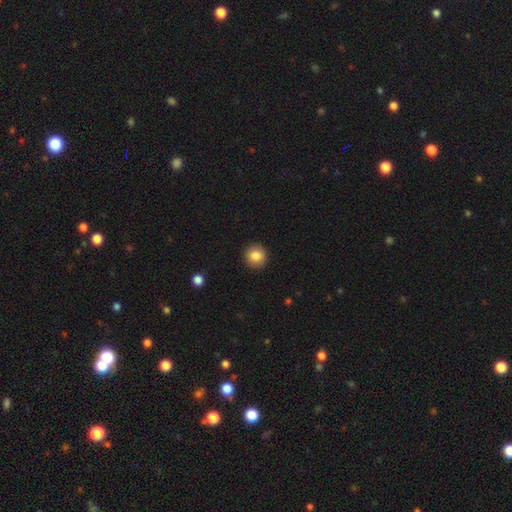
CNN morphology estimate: Smooth or featured? Predicted: smooth (p=0.85). How rounded? Predicted: round (p=0.93). Merging? Predicted: none (p=0.91).